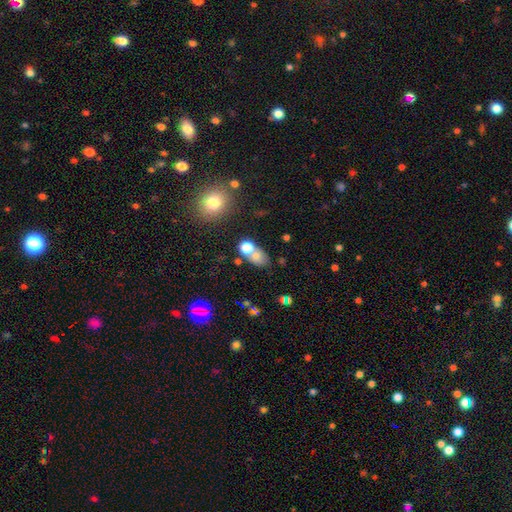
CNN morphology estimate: Smooth or featured? Predicted: smooth (p=0.70). How rounded? Predicted: in between (p=0.58). Merging? Predicted: merger (p=0.45).